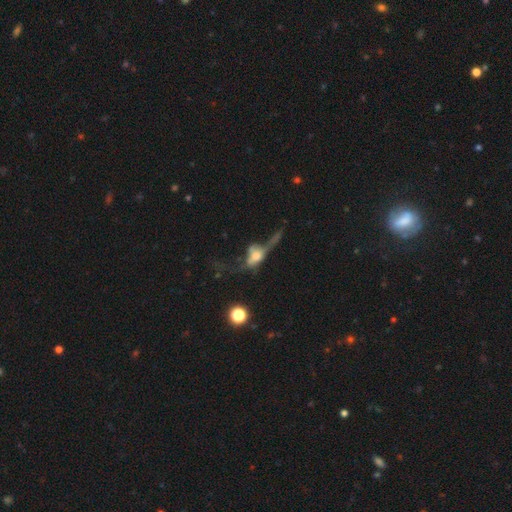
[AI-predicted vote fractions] Smooth or featured? Predicted: featured or disk (p=0.55). Edge-on disk? Predicted: yes (p=0.54). Merging? Predicted: major disturbance (p=0.44).